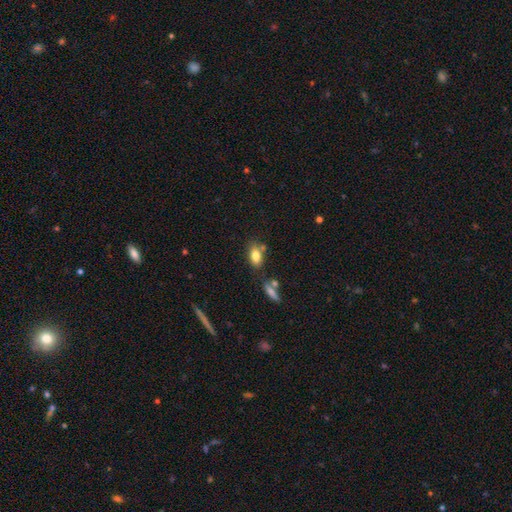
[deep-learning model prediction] This is likely a smooth galaxy (79%). How rounded: clearly in between (86%). Merging: likely none (67%).